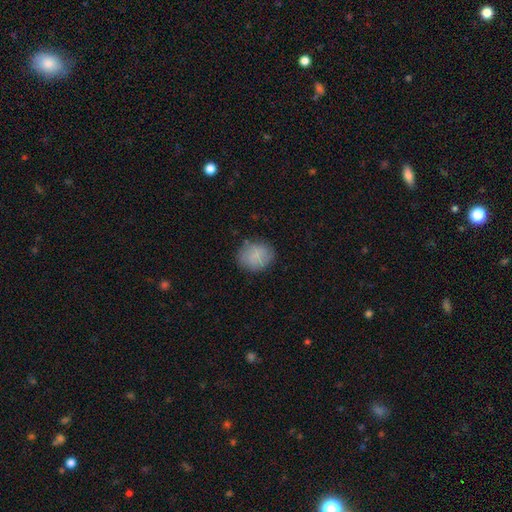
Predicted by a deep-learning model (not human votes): Smooth or featured? Predicted: smooth (p=0.79). How rounded? Predicted: round (p=0.69). Merging? Predicted: none (p=0.80).